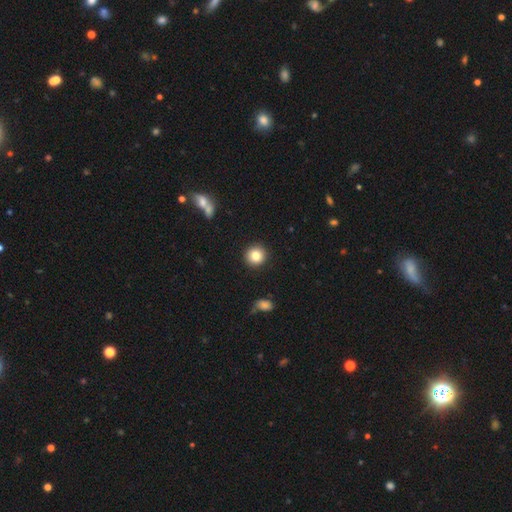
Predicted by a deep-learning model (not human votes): Smooth or featured: smooth — 84% (star or artifact — 9%)
How rounded: round — 93% (in between — 6%)
Merging: none — 91% (minor disturbance — 5%)